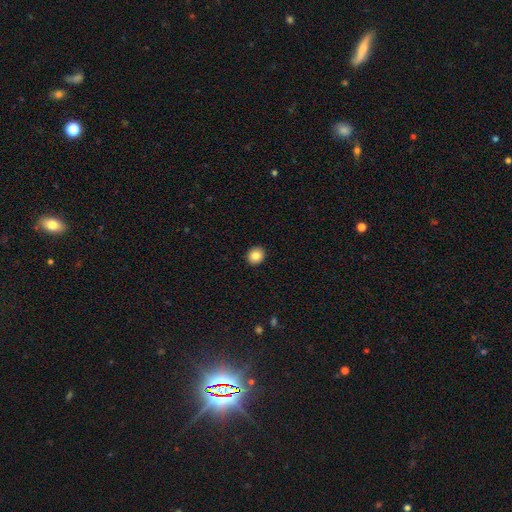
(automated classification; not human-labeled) A smooth galaxy with no disk features (85%) that is round (79%). Merging: none (92%).